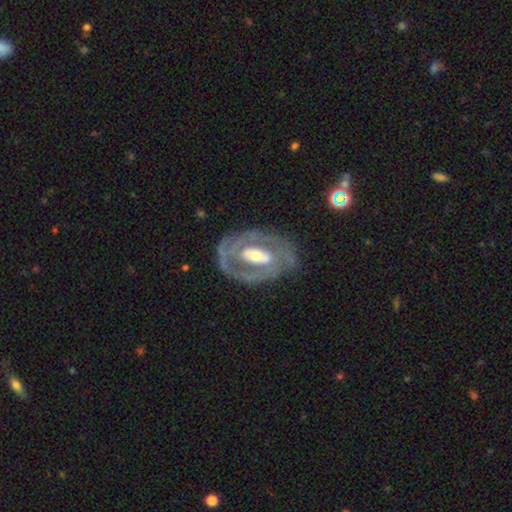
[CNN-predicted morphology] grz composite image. It shows a featured or disk galaxy (81%) with no bar (36%), 2 (54%) tight (58%) spiral arms (66%) and a moderate central bulge (60%). Merging: none (69%).